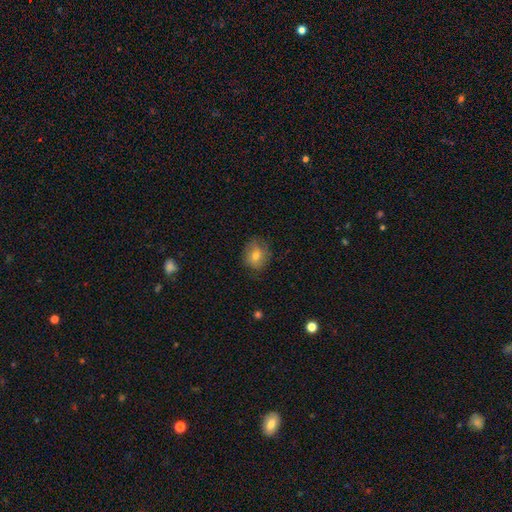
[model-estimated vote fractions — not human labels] Smooth or featured?
  - smooth: 70% *
  - featured or disk: 20%
  - star or artifact: 10%
How rounded?
  - round: 65% *
  - in between: 33%
  - cigar-shaped: 1%
Merging?
  - none: 78% *
  - minor disturbance: 16%
  - major disturbance: 4%
  - merger: 1%